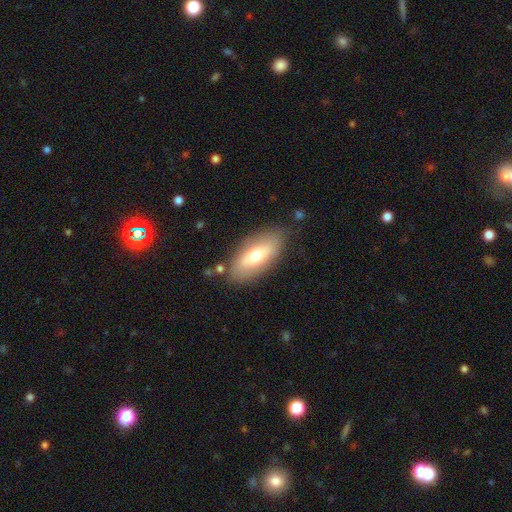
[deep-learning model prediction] Morphology: type=smooth (62%); roundness=in between (80%); merging=none (80%).